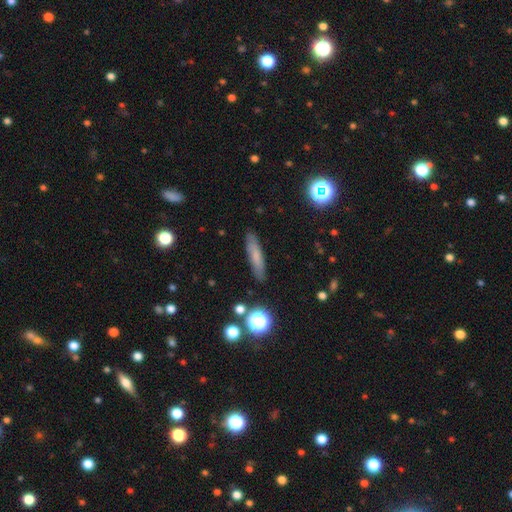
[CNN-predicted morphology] smooth_or_featured: smooth (p=0.68) [alt: featured or disk p=0.21]
how_rounded: cigar-shaped (p=0.83) [alt: in between p=0.14]
merging: none (p=0.86) [alt: minor disturbance p=0.10]